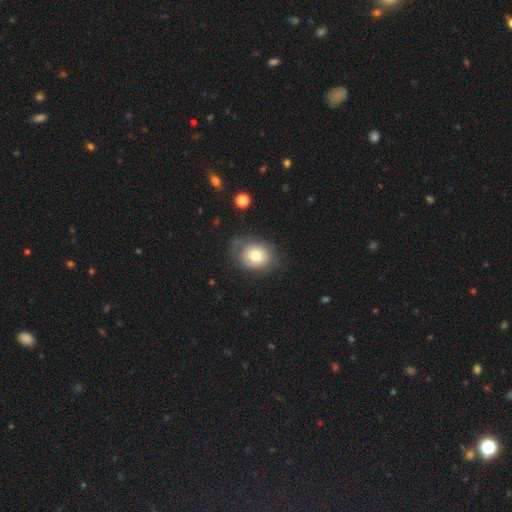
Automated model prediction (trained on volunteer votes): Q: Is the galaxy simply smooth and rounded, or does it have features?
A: smooth — 76%.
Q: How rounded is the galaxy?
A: in between — 53%.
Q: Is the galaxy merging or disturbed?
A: none — 67%.